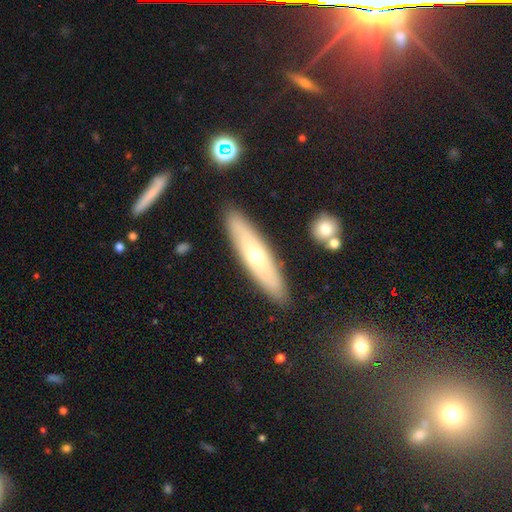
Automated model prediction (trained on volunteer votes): Overall: smooth (49%; featured or disk 44%). Merging: none (89%).